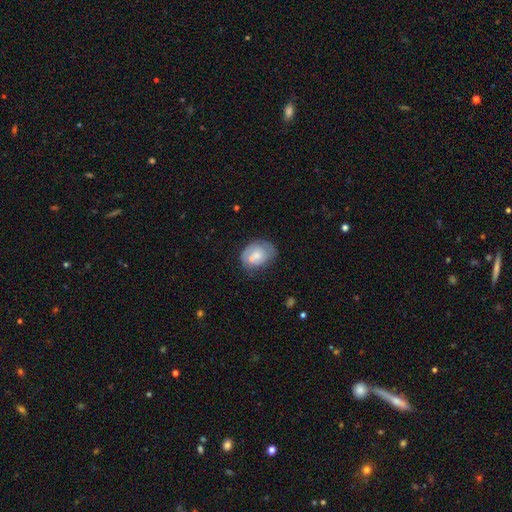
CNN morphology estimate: Smooth or featured? Predicted: smooth (p=0.55). How rounded? Predicted: in between (p=0.62). Merging? Predicted: none (p=0.48).